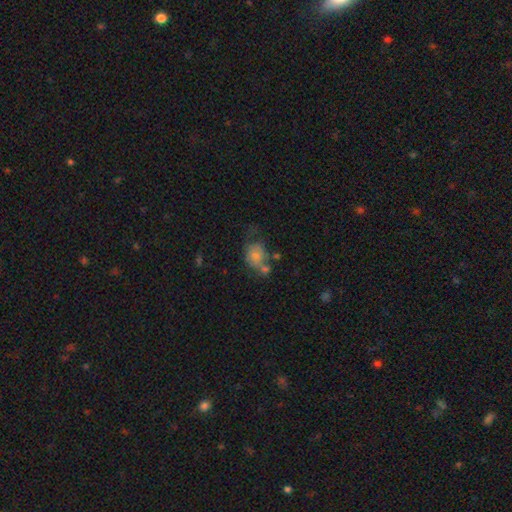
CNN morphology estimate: A smooth galaxy with no disk features (60%) that is in between round and cigar-shaped (53%).

Vote fractions:
- Smooth or featured? smooth: 60% / featured or disk: 27% / star or artifact: 13%
- How rounded? in between: 53% / round: 46% / cigar-shaped: 1%
- Merging? none: 33% / merger: 26% / minor disturbance: 22% / major disturbance: 18%